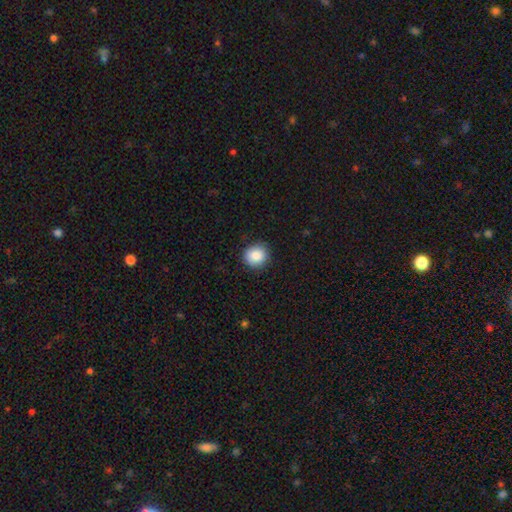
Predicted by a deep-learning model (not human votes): Q: Smooth or featured?
A: smooth (86%); runner-up: star or artifact (9%)
Q: How rounded?
A: round (88%); runner-up: in between (11%)
Q: Merging?
A: none (87%); runner-up: minor disturbance (10%)